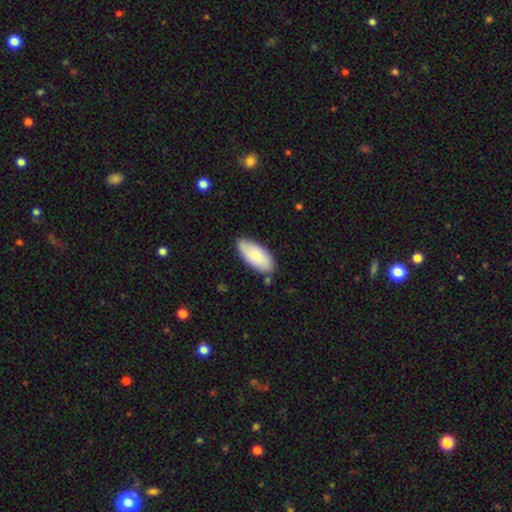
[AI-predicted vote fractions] A smooth galaxy with no disk features (78%) that is in between round and cigar-shaped (90%).

Vote fractions:
- Smooth or featured? smooth: 78% / featured or disk: 17% / star or artifact: 6%
- How rounded? in between: 90% / cigar-shaped: 8% / round: 2%
- Merging? none: 78% / minor disturbance: 16% / merger: 3% / major disturbance: 3%